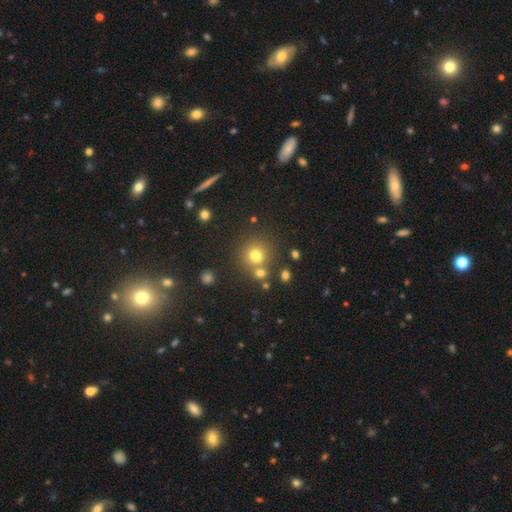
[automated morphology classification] smooth_or_featured: smooth (p=0.73) [alt: star or artifact p=0.16]
how_rounded: round (p=0.81) [alt: in between p=0.18]
merging: none (p=0.61) [alt: merger p=0.24]